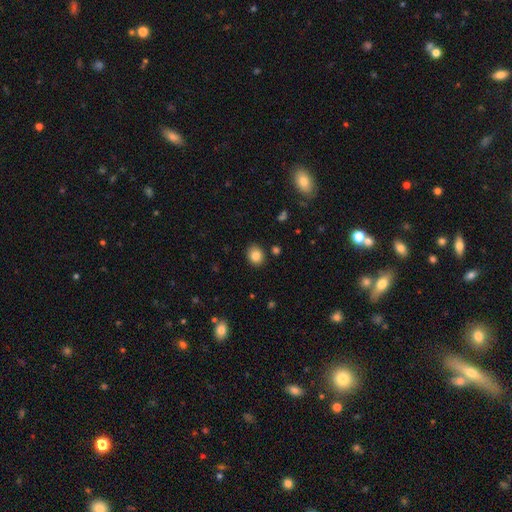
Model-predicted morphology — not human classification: Smooth or featured?
  - smooth: 82% *
  - star or artifact: 10%
  - featured or disk: 8%
How rounded?
  - round: 61% *
  - in between: 38%
  - cigar-shaped: 1%
Merging?
  - none: 88% *
  - minor disturbance: 8%
  - major disturbance: 2%
  - merger: 2%